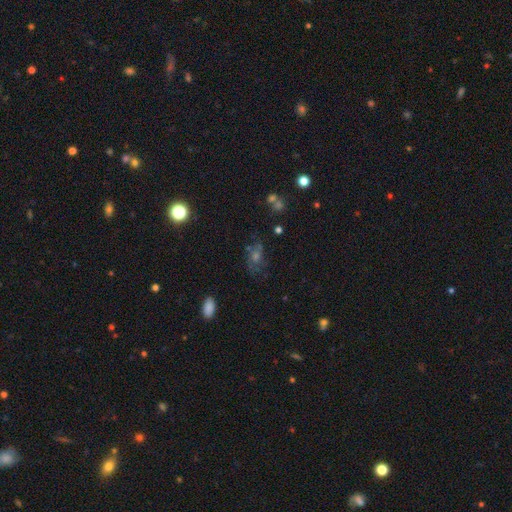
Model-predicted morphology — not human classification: Smooth or featured? featured or disk (38%)
Merging? none (64%)